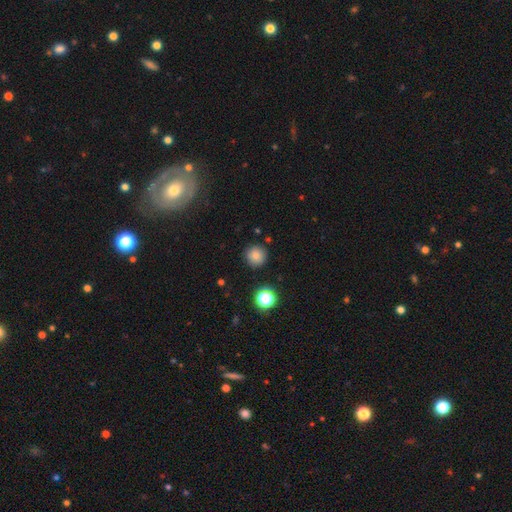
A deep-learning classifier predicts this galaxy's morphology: The model was most divided on "smooth or featured": smooth: 82%, star or artifact: 13%, featured or disk: 6%. More confident: how rounded — round (95%); merging — none (88%).